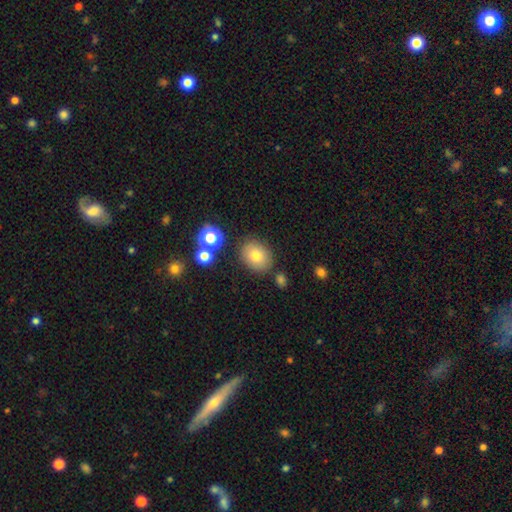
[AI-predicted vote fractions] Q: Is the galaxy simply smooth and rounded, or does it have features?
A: smooth — 77%.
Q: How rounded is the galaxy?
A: round — 57%.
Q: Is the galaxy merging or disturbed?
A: none — 81%.